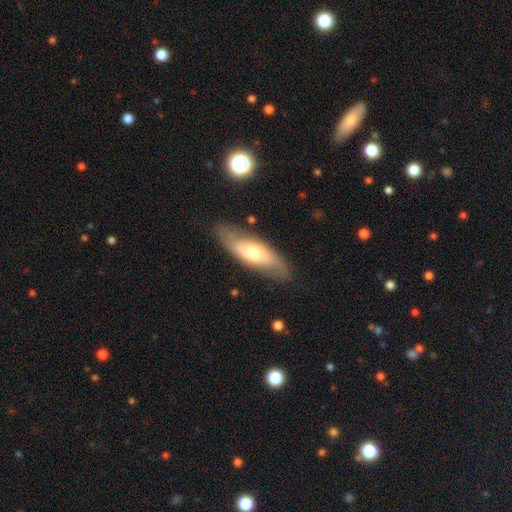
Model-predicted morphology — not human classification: This appears to be a smooth galaxy with no disk features (49%). Merging: none (78%).